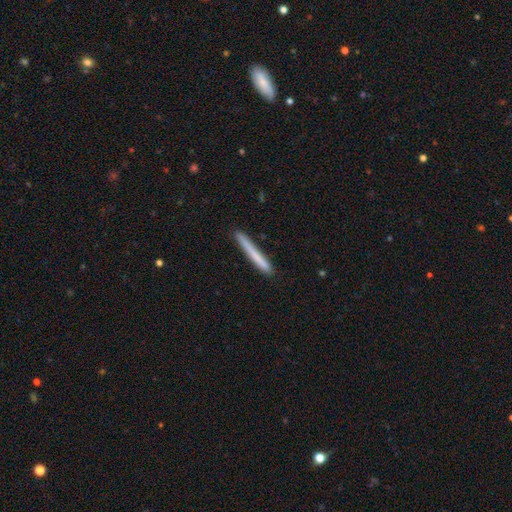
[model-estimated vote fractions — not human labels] A smooth galaxy with no disk features (71%) that is cigar-shaped (97%).

Vote fractions:
- Smooth or featured? smooth: 71% / featured or disk: 23% / star or artifact: 6%
- How rounded? cigar-shaped: 97% / in between: 2% / round: 1%
- Merging? none: 89% / minor disturbance: 9% / major disturbance: 1% / merger: 1%